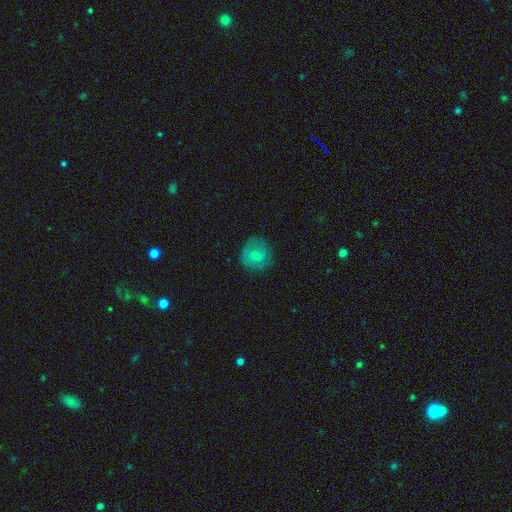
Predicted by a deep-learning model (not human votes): smooth-or-featured: smooth: 67% | featured or disk: 22% | star or artifact: 12%
  how-rounded: round: 91% | in between: 8% | cigar-shaped: 1%
  merging: none: 80% | minor disturbance: 15% | major disturbance: 4% | merger: 1%